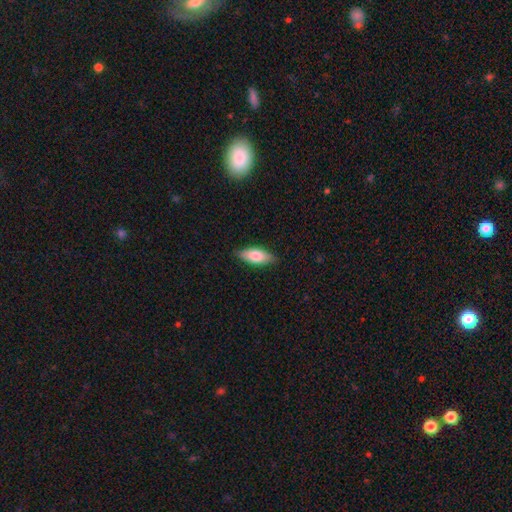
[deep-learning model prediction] This is likely a smooth galaxy (76%). How rounded: likely in between (80%). Merging: clearly none (84%).